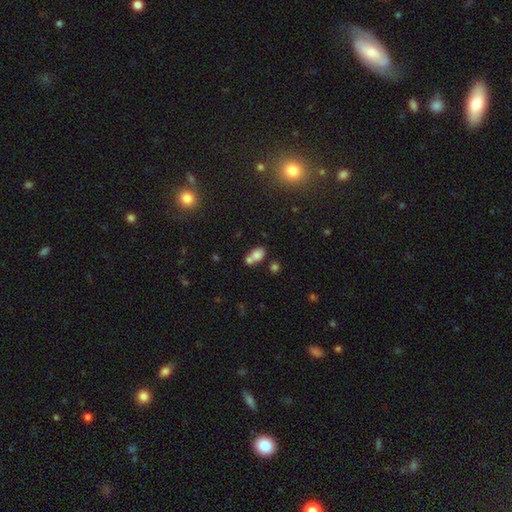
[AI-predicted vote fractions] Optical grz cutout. It shows a smooth galaxy with no disk features (76%) that is in between round and cigar-shaped (76%). Merging: merger (54%).